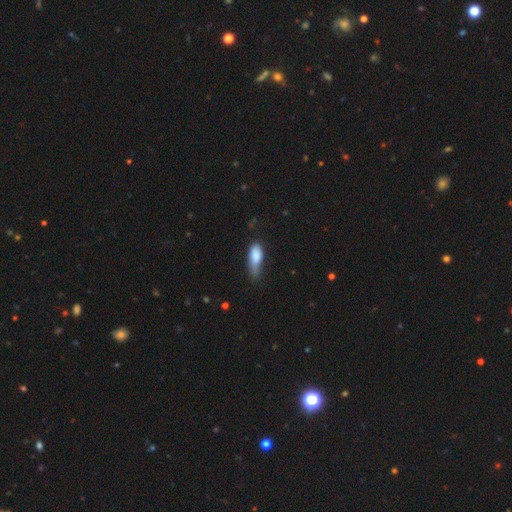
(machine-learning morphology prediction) A smooth galaxy with no disk features (82%) that is in between round and cigar-shaped (76%).

Vote fractions:
- Smooth or featured? smooth: 82% / featured or disk: 11% / star or artifact: 7%
- How rounded? in between: 76% / cigar-shaped: 21% / round: 3%
- Merging? minor disturbance: 48% / none: 29% / major disturbance: 19% / merger: 3%